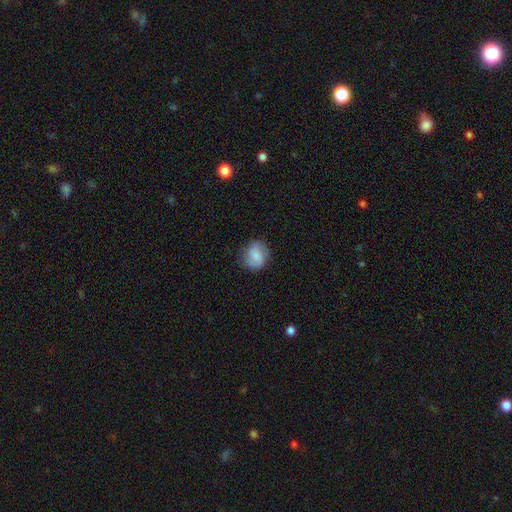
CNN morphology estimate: Overall: smooth (73%). How rounded: round (67%; in between 32%). Merging: none (77%).